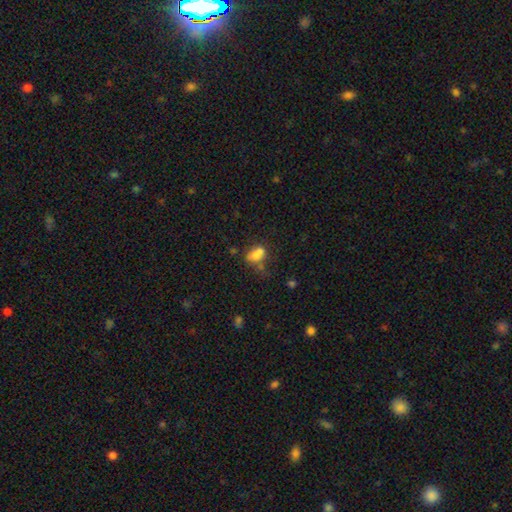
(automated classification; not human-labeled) smooth 65%, featured or disk 21%, star or artifact 14%. Down the decision tree: how rounded — in between (69%); merging — merger (43%).